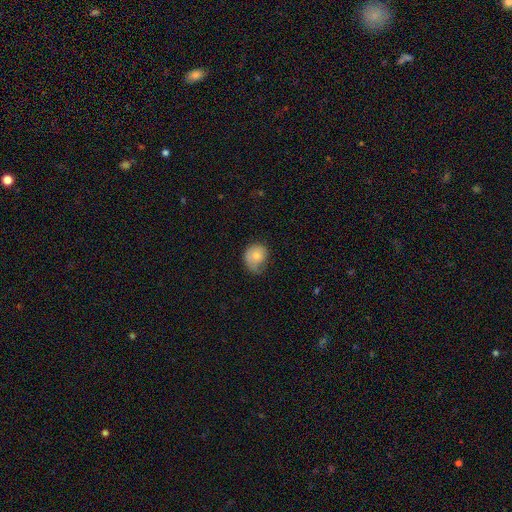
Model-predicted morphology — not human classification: Q: Smooth or featured?
A: smooth (73%); runner-up: featured or disk (20%)
Q: How rounded?
A: round (71%); runner-up: in between (28%)
Q: Merging?
A: none (42%); runner-up: minor disturbance (36%)